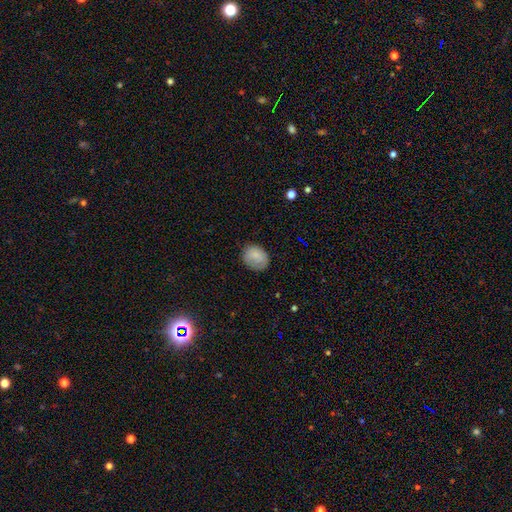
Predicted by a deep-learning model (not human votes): A smooth galaxy with no disk features (83%) that is round (51%).

Vote fractions:
- Smooth or featured? smooth: 83% / featured or disk: 9% / star or artifact: 8%
- How rounded? round: 51% / in between: 48% / cigar-shaped: 1%
- Merging? none: 74% / minor disturbance: 20% / major disturbance: 5% / merger: 1%